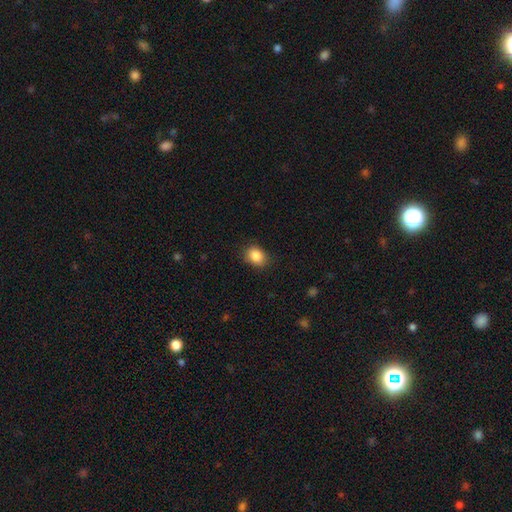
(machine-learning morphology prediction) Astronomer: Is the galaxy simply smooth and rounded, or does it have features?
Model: smooth — 87%.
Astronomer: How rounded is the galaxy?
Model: in between — 63%.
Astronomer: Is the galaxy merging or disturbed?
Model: none — 82%.